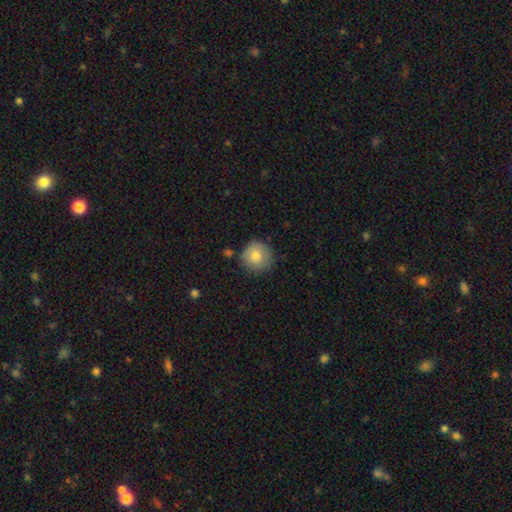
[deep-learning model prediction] smooth_or_featured: smooth (p=0.81) [alt: featured or disk p=0.11]
how_rounded: round (p=0.93) [alt: in between p=0.06]
merging: none (p=0.79) [alt: minor disturbance p=0.14]